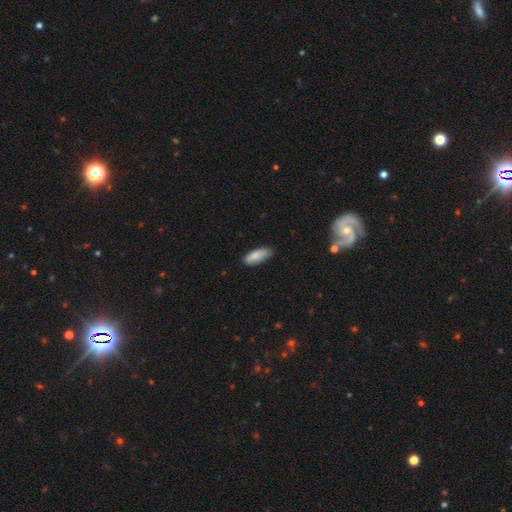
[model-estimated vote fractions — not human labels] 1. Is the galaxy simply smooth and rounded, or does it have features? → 86% smooth, 8% featured or disk, 6% star or artifact.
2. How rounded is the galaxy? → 76% in between, 22% cigar-shaped, 2% round.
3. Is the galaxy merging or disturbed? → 80% none, 16% minor disturbance, 2% major disturbance, 1% merger.